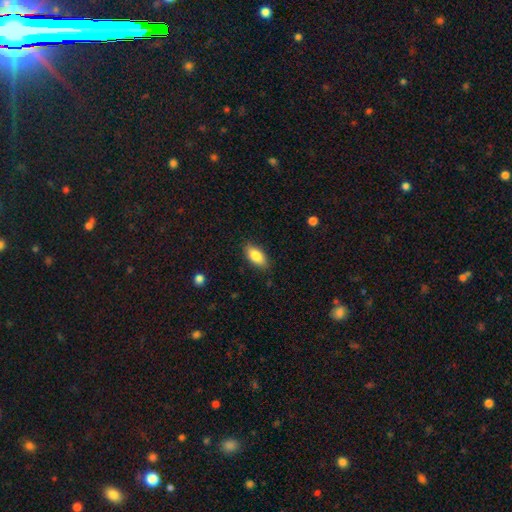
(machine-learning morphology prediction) smooth-or-featured: smooth: 82% | featured or disk: 11% | star or artifact: 7%
  how-rounded: in between: 89% | cigar-shaped: 8% | round: 3%
  merging: none: 85% | minor disturbance: 11% | major disturbance: 2% | merger: 1%